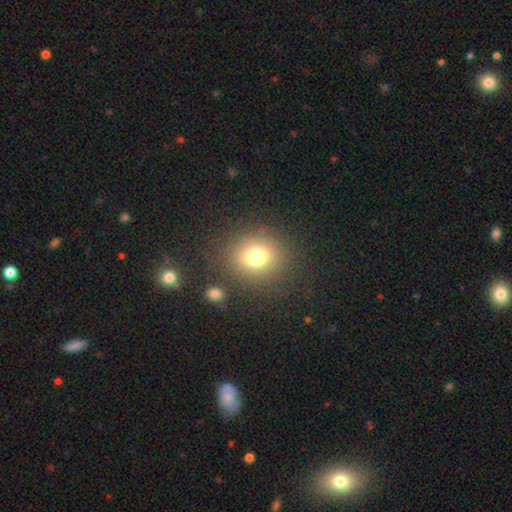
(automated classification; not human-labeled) Smooth or featured?
  - smooth: 76% *
  - star or artifact: 14%
  - featured or disk: 10%
How rounded?
  - round: 72% *
  - in between: 27%
  - cigar-shaped: 1%
Merging?
  - none: 83% *
  - minor disturbance: 9%
  - major disturbance: 5%
  - merger: 4%